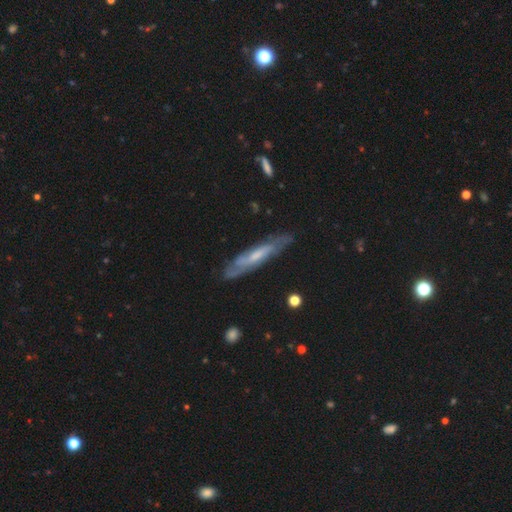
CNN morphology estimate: Smooth or featured: featured or disk — 66% (smooth — 28%)
Edge-on disk: yes — 53% (no — 47%)
Merging: none — 77% (minor disturbance — 17%)